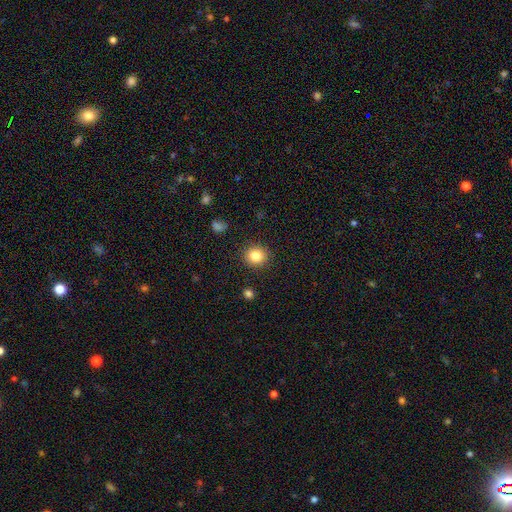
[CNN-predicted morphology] Smooth or featured? smooth (83%)
How rounded? round (87%)
Merging? none (90%)